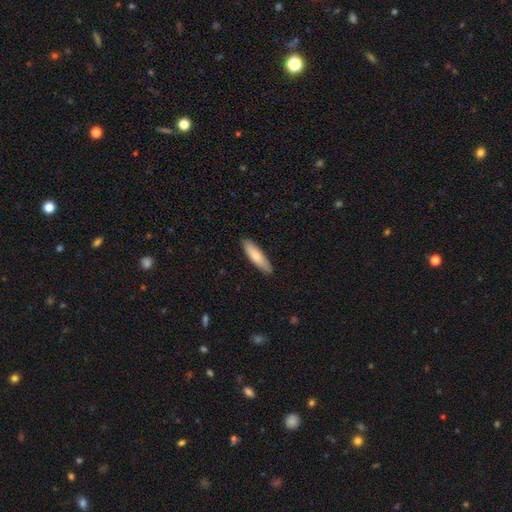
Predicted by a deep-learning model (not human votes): This appears to be a smooth galaxy with no disk features (77%) that is cigar-shaped (66%). Merging: none (87%).